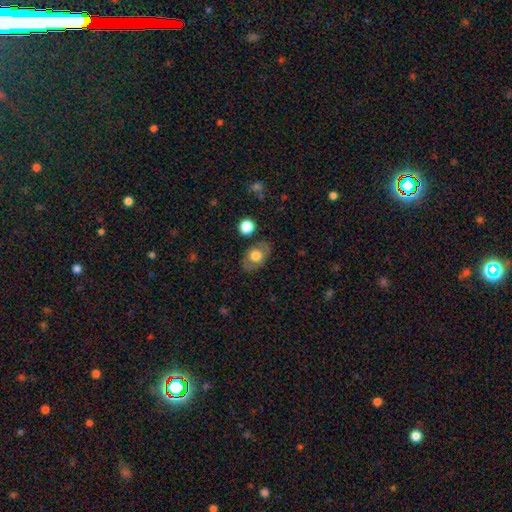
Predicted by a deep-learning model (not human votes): This is likely a smooth galaxy (64%). How rounded: likely in between (71%). Merging: likely none (77%).